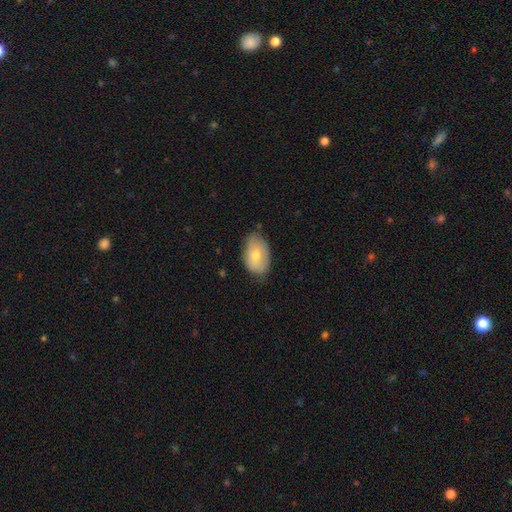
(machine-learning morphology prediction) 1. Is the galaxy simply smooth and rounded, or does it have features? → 68% smooth, 25% featured or disk, 7% star or artifact.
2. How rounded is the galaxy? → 89% in between, 9% round, 1% cigar-shaped.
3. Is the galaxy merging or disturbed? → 71% none, 24% minor disturbance, 4% major disturbance, 1% merger.